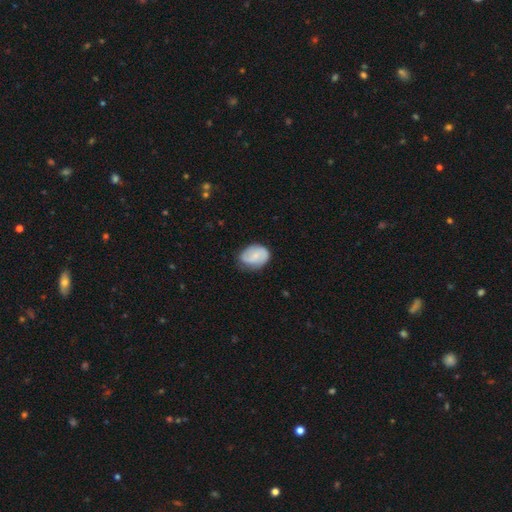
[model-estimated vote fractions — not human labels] smooth_or_featured: smooth (p=0.55) [alt: featured or disk p=0.38]
how_rounded: in between (p=0.72) [alt: round p=0.27]
merging: none (p=0.63) [alt: minor disturbance p=0.29]